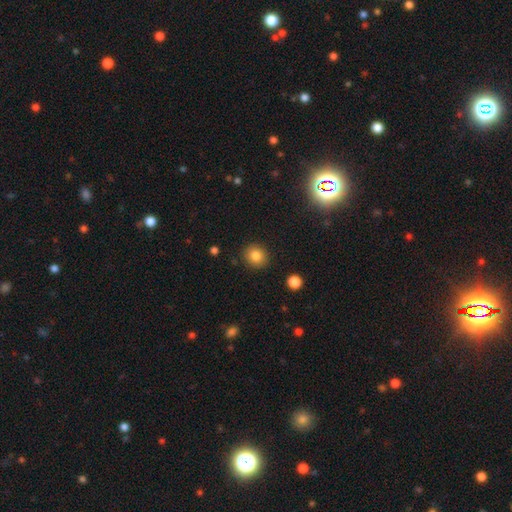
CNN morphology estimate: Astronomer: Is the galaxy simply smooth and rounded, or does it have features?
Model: smooth — 83%.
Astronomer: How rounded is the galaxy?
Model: round — 82%.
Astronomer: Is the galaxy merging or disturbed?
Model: none — 90%.